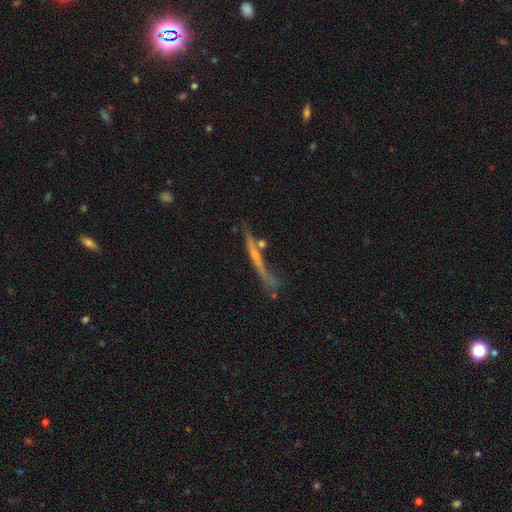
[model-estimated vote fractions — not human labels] This appears to be a featured or disk galaxy (54%) viewed edge-on (87%). Merging: none (56%).